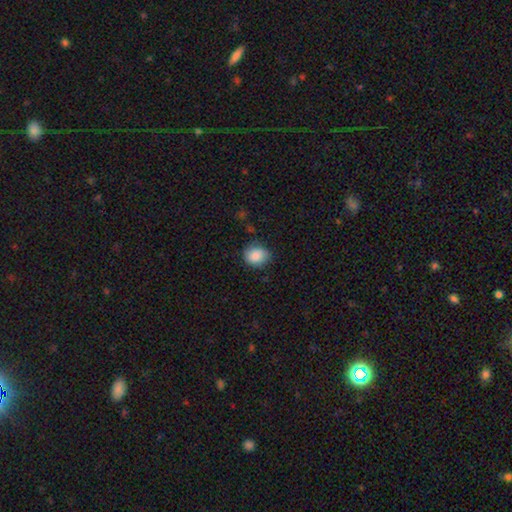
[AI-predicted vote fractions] smooth 87%, star or artifact 8%, featured or disk 5%. Down the decision tree: how rounded — round (68%); merging — none (76%).